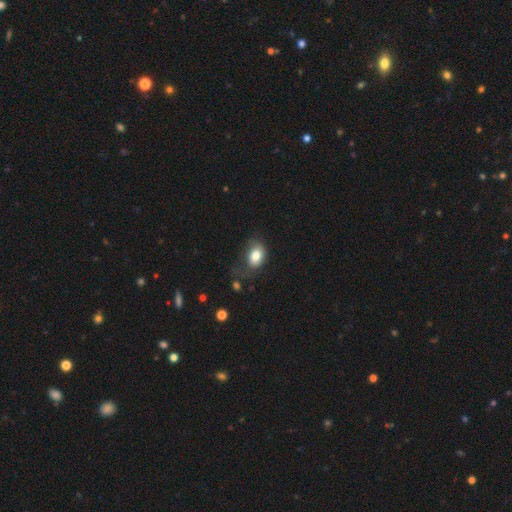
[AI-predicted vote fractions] Overall: smooth (80%). How rounded: in between (79%). Merging: none (47%; minor disturbance 29%).